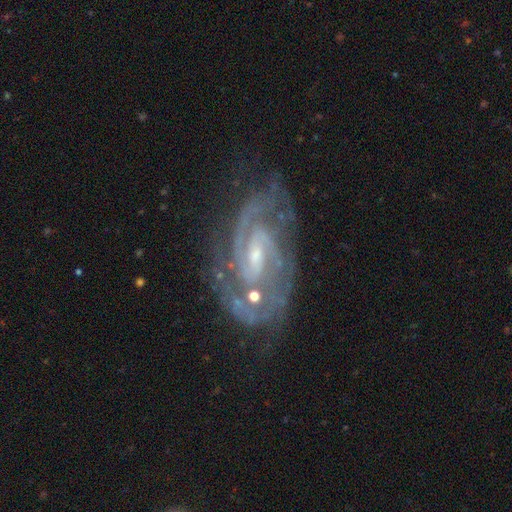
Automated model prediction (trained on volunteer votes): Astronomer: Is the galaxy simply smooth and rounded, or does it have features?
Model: featured or disk — 91%.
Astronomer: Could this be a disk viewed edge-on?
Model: no — 97%.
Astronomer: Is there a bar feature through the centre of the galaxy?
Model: weak — 51% (runner-up: no, 29%).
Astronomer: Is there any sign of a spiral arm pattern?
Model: yes — 98%.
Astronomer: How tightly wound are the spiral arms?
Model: tight — 55% (runner-up: medium, 39%).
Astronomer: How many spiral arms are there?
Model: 2 — 70%.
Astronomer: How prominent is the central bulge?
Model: small — 64%.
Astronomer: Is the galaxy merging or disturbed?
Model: none — 63%.